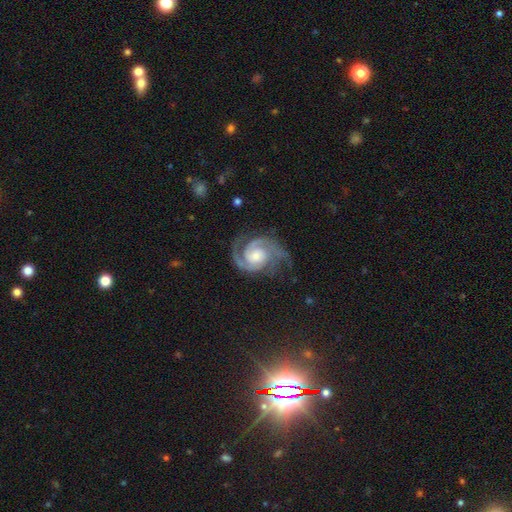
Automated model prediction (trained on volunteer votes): Smooth or featured? featured or disk (91%)
Edge-on disk? no (98%)
Bar? no (67%)
Spiral arms? yes (98%)
Spiral winding? tight (50%)
Spiral arm count? 2 (82%)
Bulge size? moderate (50%)
Merging? none (70%)